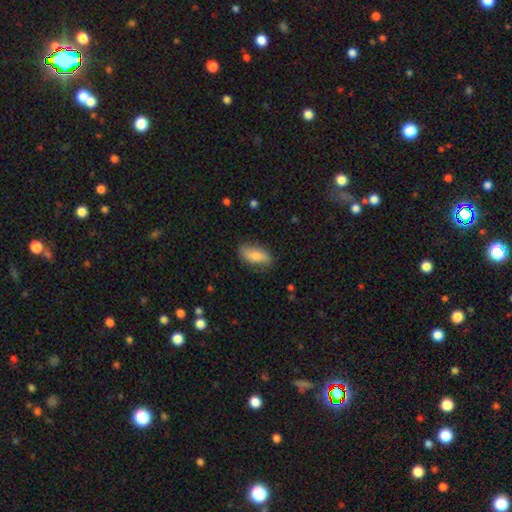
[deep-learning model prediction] The model was most divided on "smooth or featured": smooth: 68%, featured or disk: 25%, star or artifact: 7%. More confident: how rounded — in between (86%); merging — none (75%).